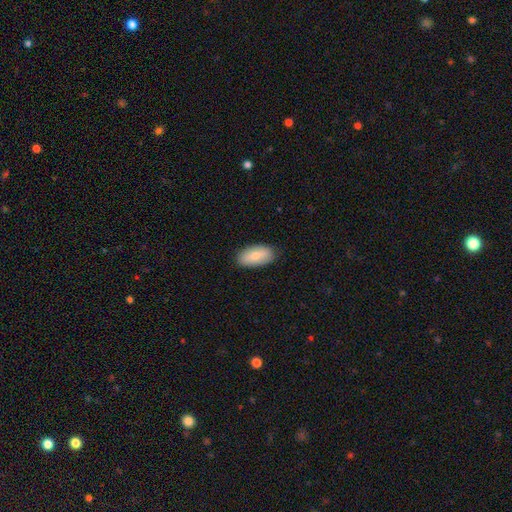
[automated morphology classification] Smooth or featured? Predicted: smooth (p=0.80). How rounded? Predicted: in between (p=0.93). Merging? Predicted: none (p=0.86).